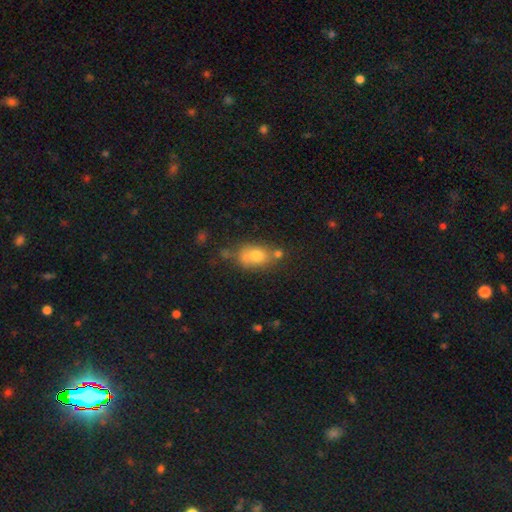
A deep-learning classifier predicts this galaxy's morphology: Smooth or featured: smooth — 68% (featured or disk — 20%)
How rounded: in between — 64% (round — 33%)
Merging: none — 46% (merger — 26%)